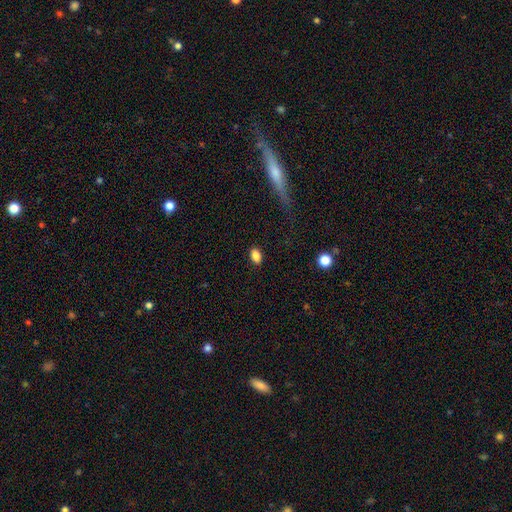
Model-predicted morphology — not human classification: A smooth galaxy with no disk features (86%) that is in between round and cigar-shaped (87%). Merging: none (88%).